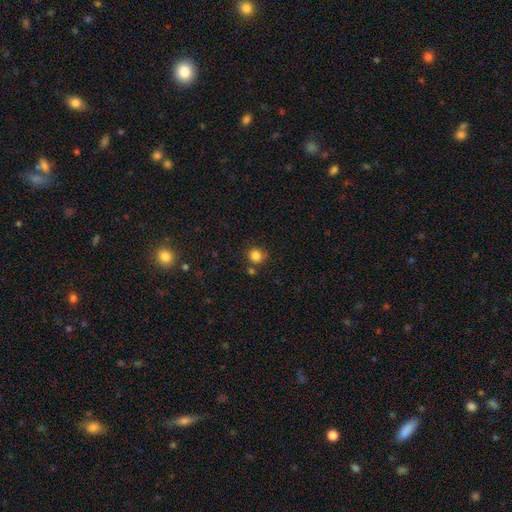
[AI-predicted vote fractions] A smooth galaxy with no disk features (84%) that is round (90%).

Vote fractions:
- Smooth or featured? smooth: 84% / star or artifact: 12% / featured or disk: 4%
- How rounded? round: 90% / in between: 9% / cigar-shaped: 1%
- Merging? none: 76% / minor disturbance: 11% / merger: 10% / major disturbance: 3%